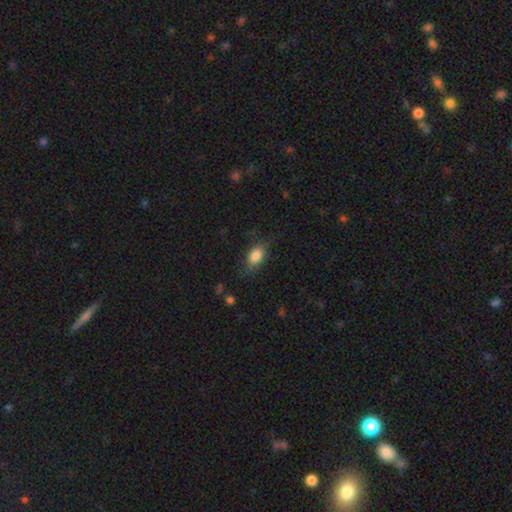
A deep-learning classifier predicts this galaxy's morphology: This is clearly a smooth galaxy (82%). How rounded: clearly in between (84%). Merging: likely none (69%).